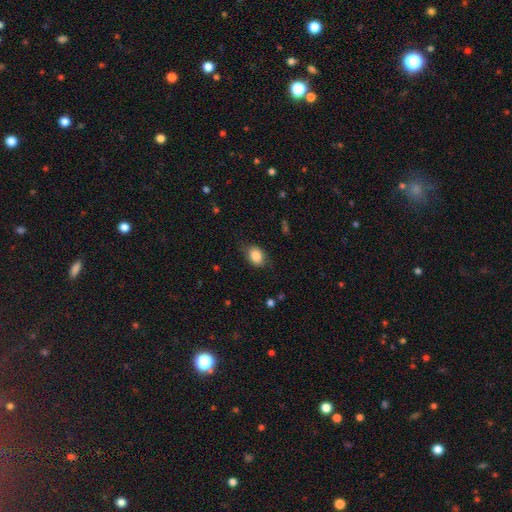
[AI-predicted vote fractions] The model was most divided on "how rounded": in between: 69%, round: 30%, cigar-shaped: 1%. More confident: smooth or featured — smooth (84%); merging — none (75%).